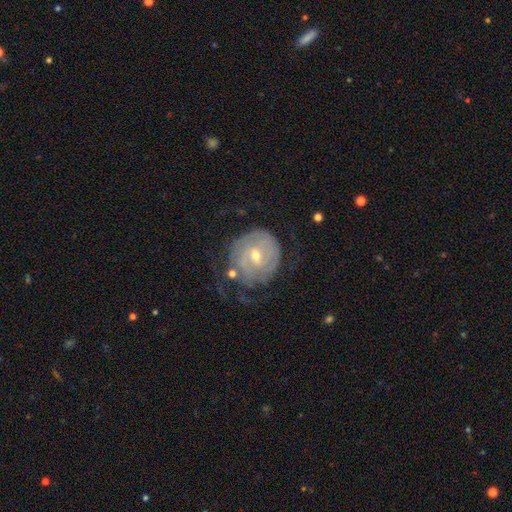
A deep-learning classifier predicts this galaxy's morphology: A featured or disk galaxy (78%) with a weak bar (53%), tight (72%) spiral arms (87%) and a moderate central bulge (51%). Merging: none (55%).